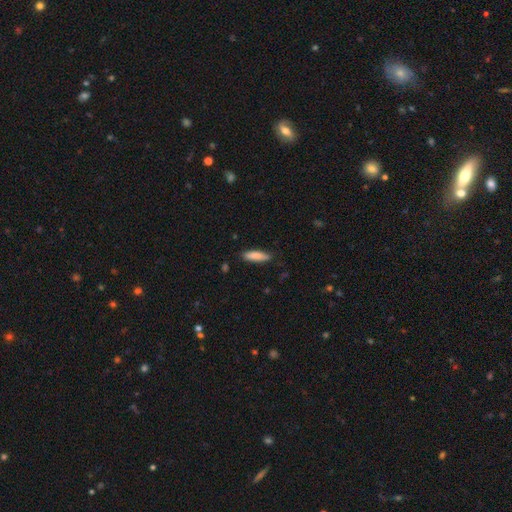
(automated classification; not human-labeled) A smooth galaxy with no disk features (85%) that is cigar-shaped (68%).

Vote fractions:
- Smooth or featured? smooth: 85% / featured or disk: 9% / star or artifact: 6%
- How rounded? cigar-shaped: 68% / in between: 30% / round: 1%
- Merging? none: 85% / minor disturbance: 11% / major disturbance: 2% / merger: 1%